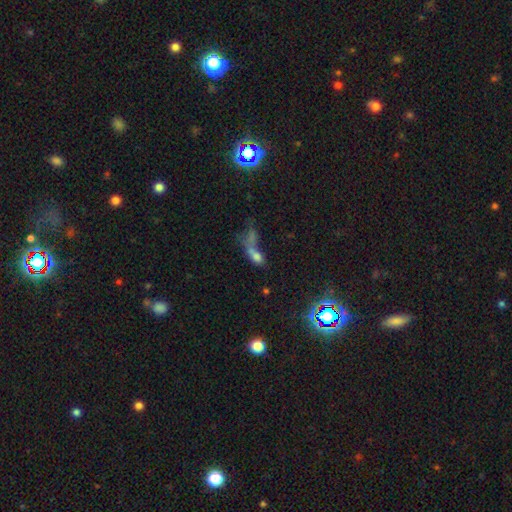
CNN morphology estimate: This is likely a smooth galaxy (61%). How rounded: likely in between (69%). Merging: possibly merger (58%).